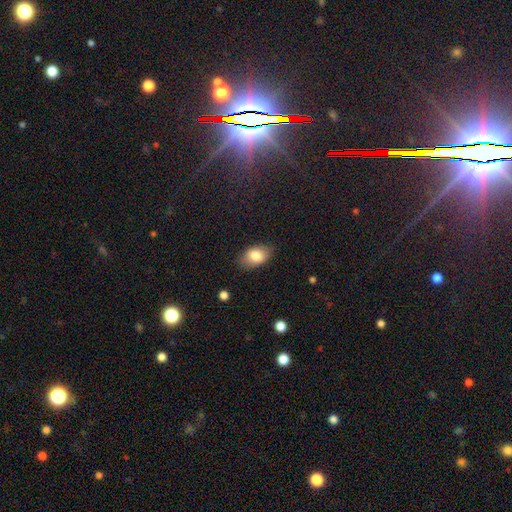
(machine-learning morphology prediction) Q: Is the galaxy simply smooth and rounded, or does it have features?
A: smooth — 80%.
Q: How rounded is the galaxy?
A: in between — 90%.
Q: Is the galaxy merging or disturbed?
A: none — 83%.